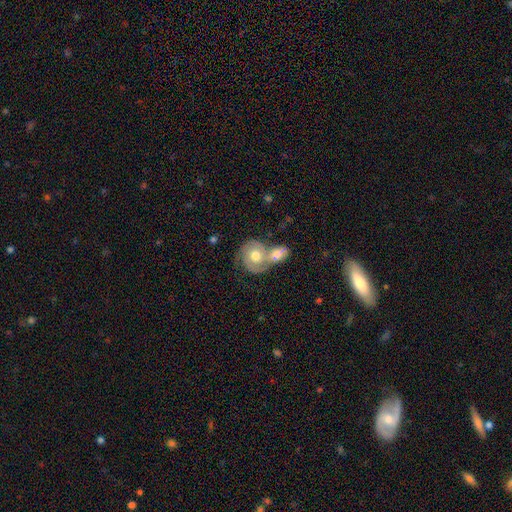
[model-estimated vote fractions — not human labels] Smooth or featured: featured or disk — 72% (smooth — 22%)
Edge-on disk: no — 98% (yes — 2%)
Bar: no — 77% (weak — 19%)
Spiral arms: yes — 92% (no — 8%)
Spiral winding: tight — 57% (medium — 35%)
Spiral arm count: 2 — 75% (can't tell — 10%)
Bulge size: moderate — 77% (large — 10%)
Merging: merger — 62% (none — 25%)